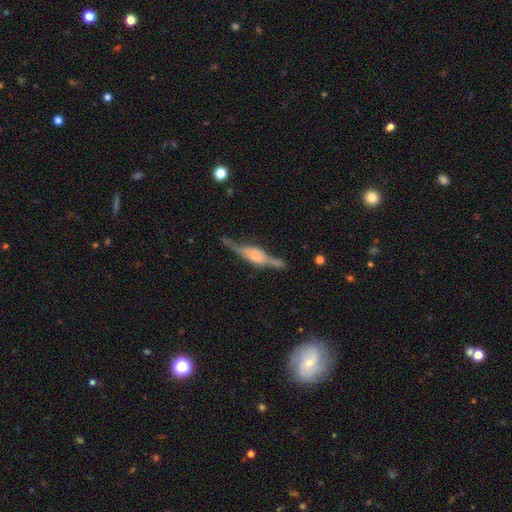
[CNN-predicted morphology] The model was most divided on "edge-on bulge": rounded: 58%, boxy: 37%, none: 5%. More confident: edge-on disk — yes (94%); smooth or featured — featured or disk (77%); merging — none (66%).